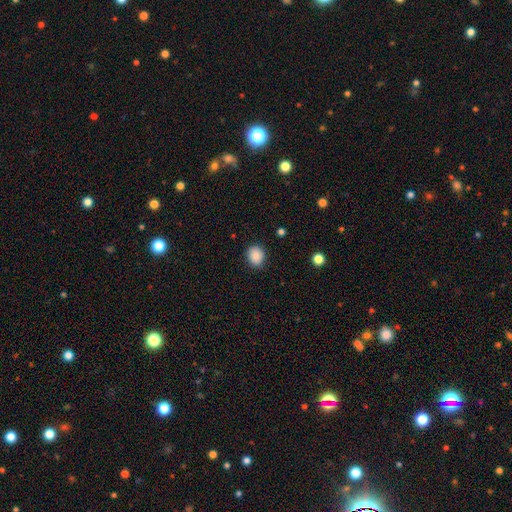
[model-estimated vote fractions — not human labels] Smooth or featured: smooth — 85% (star or artifact — 9%)
How rounded: round — 62% (in between — 37%)
Merging: none — 85% (minor disturbance — 12%)